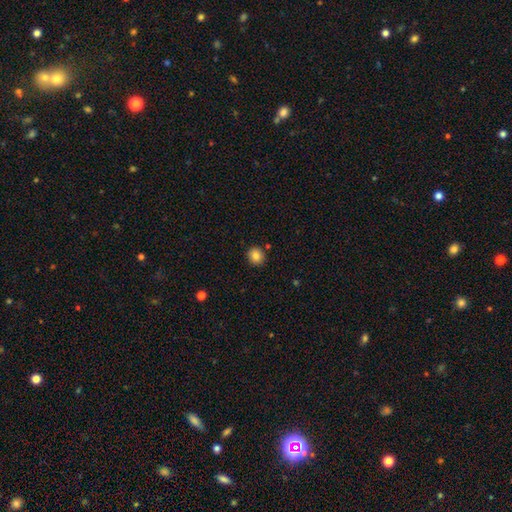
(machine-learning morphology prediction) Smooth or featured: smooth — 85% (star or artifact — 10%)
How rounded: round — 87% (in between — 12%)
Merging: none — 87% (minor disturbance — 8%)